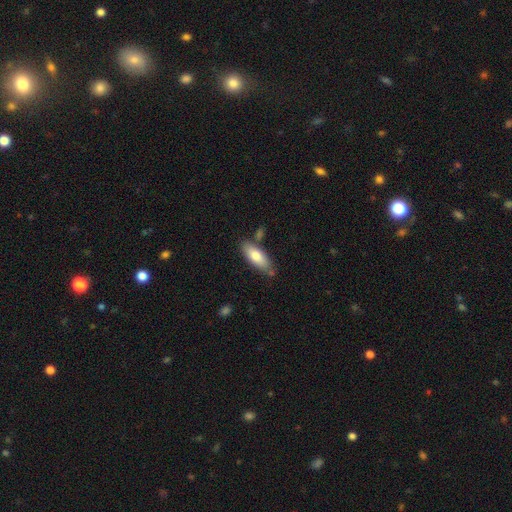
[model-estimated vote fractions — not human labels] This is likely a smooth galaxy (75%). How rounded: likely in between (71%). Merging: likely none (72%).